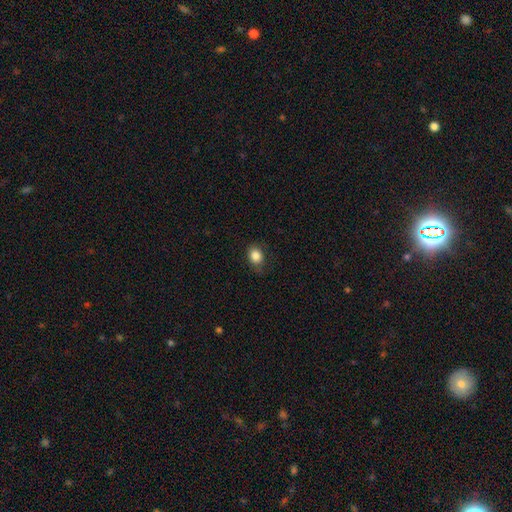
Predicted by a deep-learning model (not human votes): Smooth or featured: smooth — 85% (star or artifact — 10%)
How rounded: round — 50% (in between — 49%)
Merging: none — 77% (minor disturbance — 18%)